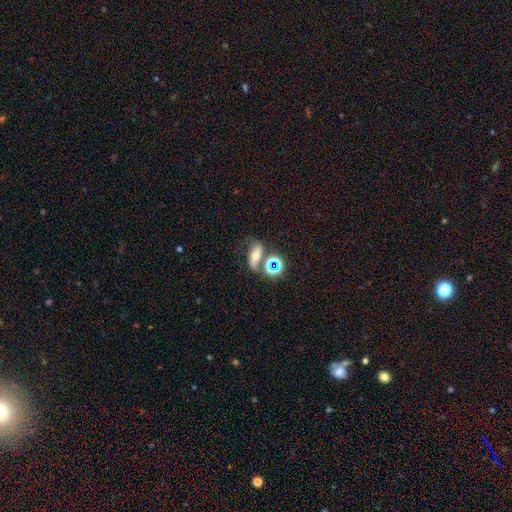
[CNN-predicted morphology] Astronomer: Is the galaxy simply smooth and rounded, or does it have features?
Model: smooth — 42% (runner-up: featured or disk, 41%).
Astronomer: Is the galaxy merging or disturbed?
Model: none — 40% (runner-up: merger, 30%).